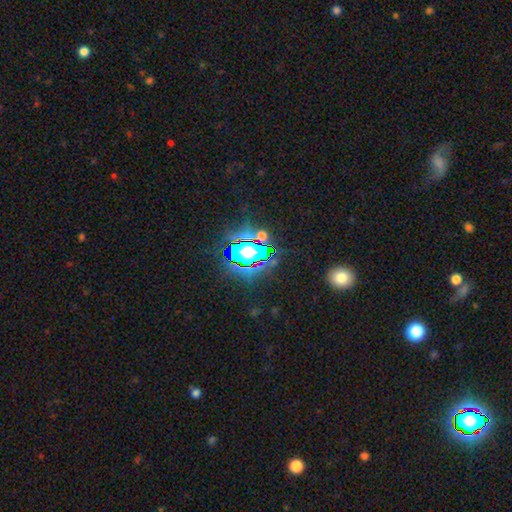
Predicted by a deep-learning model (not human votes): Smooth or featured?
  - star or artifact: 78% *
  - smooth: 12%
  - featured or disk: 10%